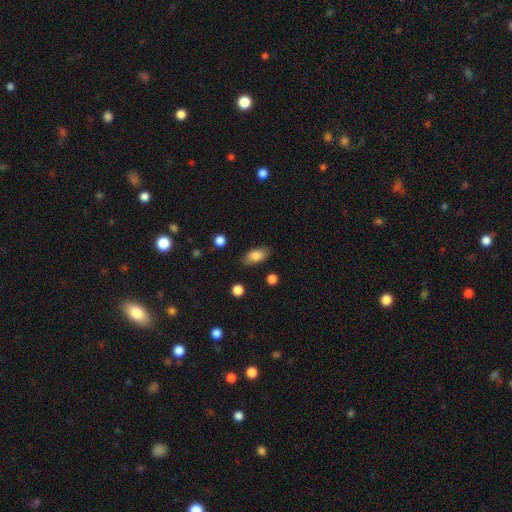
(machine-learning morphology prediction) smooth-or-featured: smooth: 83% | featured or disk: 10% | star or artifact: 8%
  how-rounded: in between: 88% | round: 6% | cigar-shaped: 6%
  merging: none: 82% | minor disturbance: 13% | major disturbance: 3% | merger: 2%